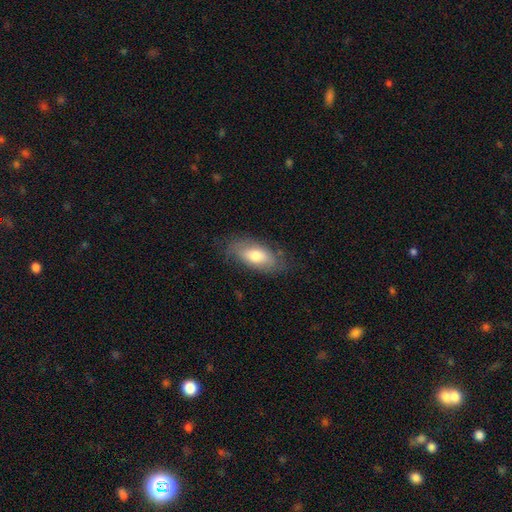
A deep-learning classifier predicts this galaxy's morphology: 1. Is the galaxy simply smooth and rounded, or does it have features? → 66% smooth, 27% featured or disk, 7% star or artifact.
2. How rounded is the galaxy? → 86% in between, 10% cigar-shaped, 4% round.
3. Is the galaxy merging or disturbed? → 72% none, 20% minor disturbance, 7% major disturbance, 1% merger.